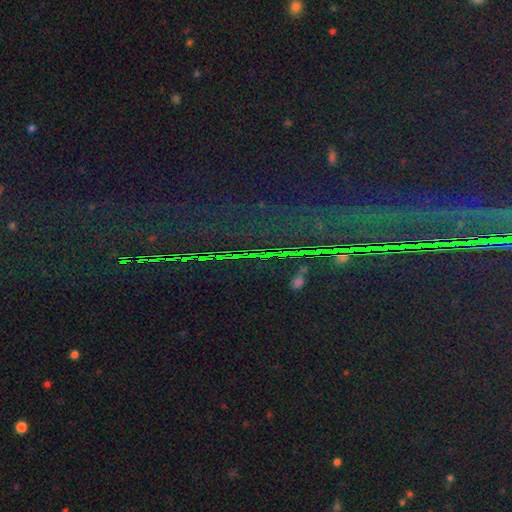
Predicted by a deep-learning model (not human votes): Smooth or featured? star or artifact (88%)